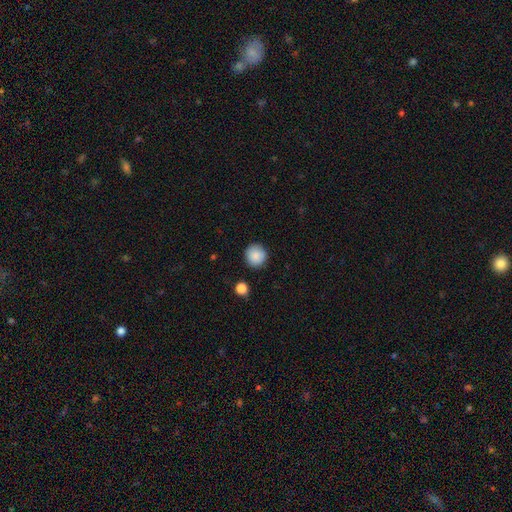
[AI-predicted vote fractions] The model was most divided on "smooth or featured": smooth: 88%, star or artifact: 8%, featured or disk: 4%. More confident: how rounded — round (94%); merging — none (90%).